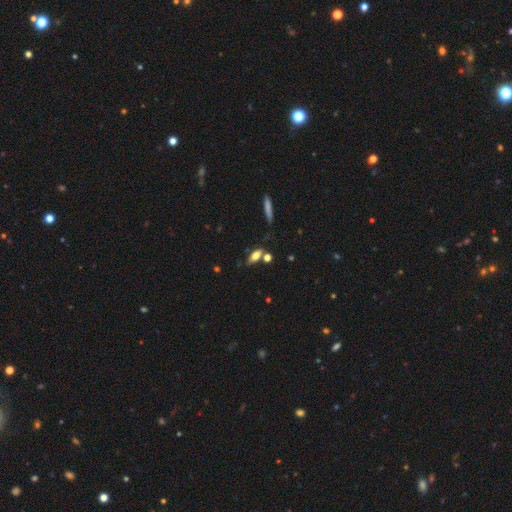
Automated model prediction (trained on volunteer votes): Smooth or featured: smooth — 65% (featured or disk — 25%)
How rounded: in between — 66% (cigar-shaped — 29%)
Merging: none — 65% (minor disturbance — 16%)